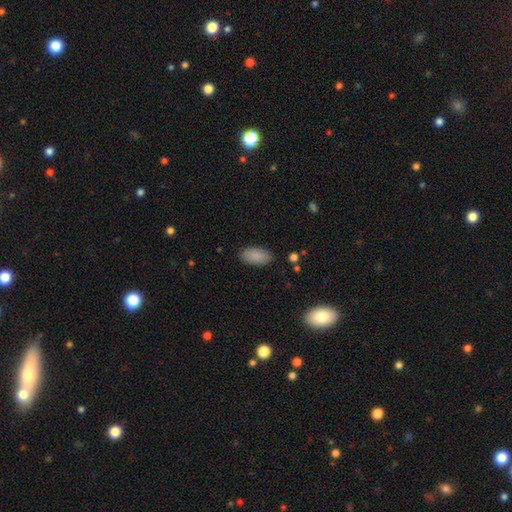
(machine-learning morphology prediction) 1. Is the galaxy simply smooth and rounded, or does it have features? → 88% smooth, 7% star or artifact, 5% featured or disk.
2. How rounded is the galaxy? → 95% in between, 3% cigar-shaped, 3% round.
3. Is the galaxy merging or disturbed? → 87% none, 9% minor disturbance, 2% major disturbance, 1% merger.